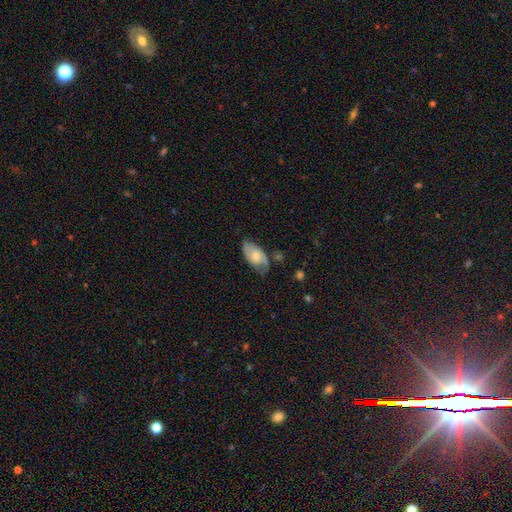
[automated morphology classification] Smooth or featured? Predicted: featured or disk (p=0.53). Edge-on disk? Predicted: no (p=0.93). Merging? Predicted: none (p=0.62).